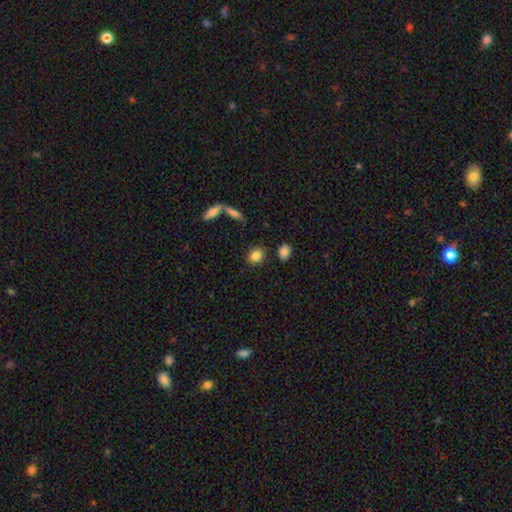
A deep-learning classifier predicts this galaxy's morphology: smooth-or-featured: smooth: 85% | star or artifact: 9% | featured or disk: 7%
  how-rounded: round: 54% | in between: 44% | cigar-shaped: 2%
  merging: none: 83% | minor disturbance: 8% | merger: 6% | major disturbance: 3%